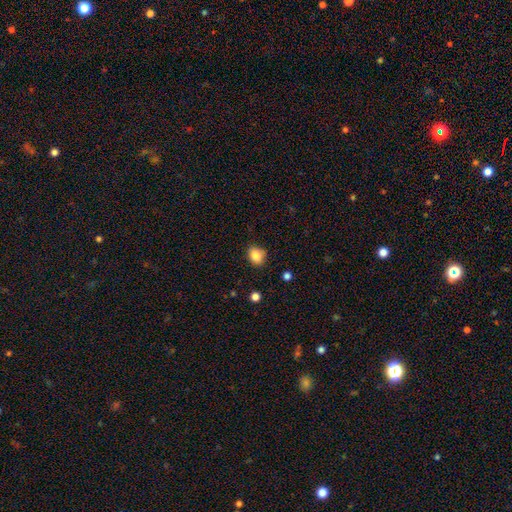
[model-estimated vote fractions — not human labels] Smooth or featured: smooth — 85% (star or artifact — 10%)
How rounded: round — 63% (in between — 37%)
Merging: none — 79% (minor disturbance — 16%)